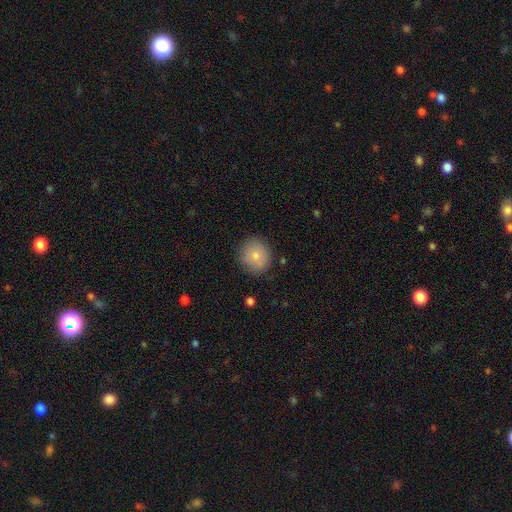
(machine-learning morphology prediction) The model was most divided on "smooth or featured": smooth: 80%, featured or disk: 11%, star or artifact: 8%. More confident: how rounded — round (91%); merging — none (85%).